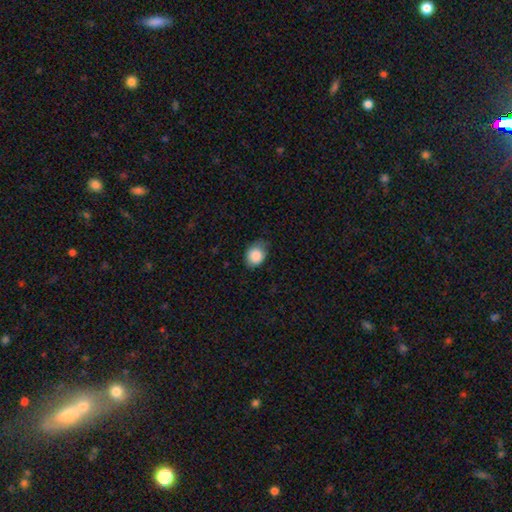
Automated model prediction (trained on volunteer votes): Q: Smooth or featured?
A: smooth (87%); runner-up: star or artifact (8%)
Q: How rounded?
A: in between (51%); runner-up: round (48%)
Q: Merging?
A: none (62%); runner-up: minor disturbance (31%)